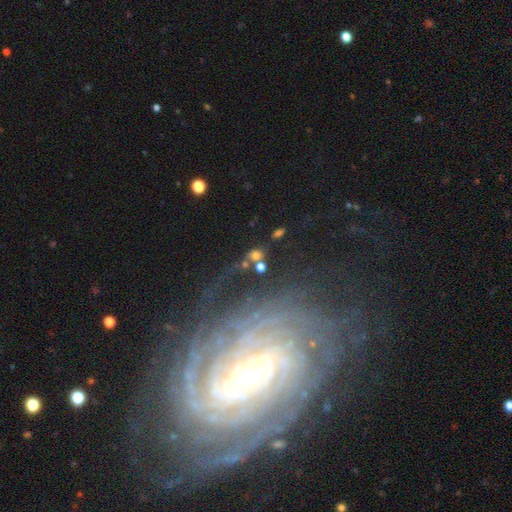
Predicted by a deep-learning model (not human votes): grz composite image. It shows a smooth galaxy with no disk features (61%) that is round (56%). Merging: none (59%).